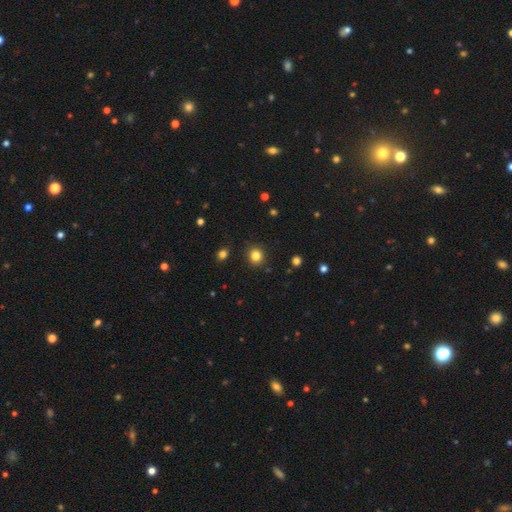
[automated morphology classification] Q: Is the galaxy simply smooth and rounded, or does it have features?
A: smooth — 83%.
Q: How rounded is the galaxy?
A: round — 88%.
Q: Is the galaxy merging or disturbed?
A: none — 90%.